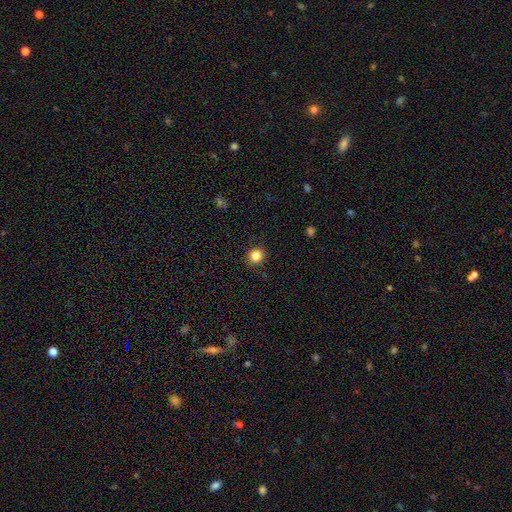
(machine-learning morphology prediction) This appears to be a smooth galaxy with no disk features (84%) that is round (90%). Merging: none (90%).